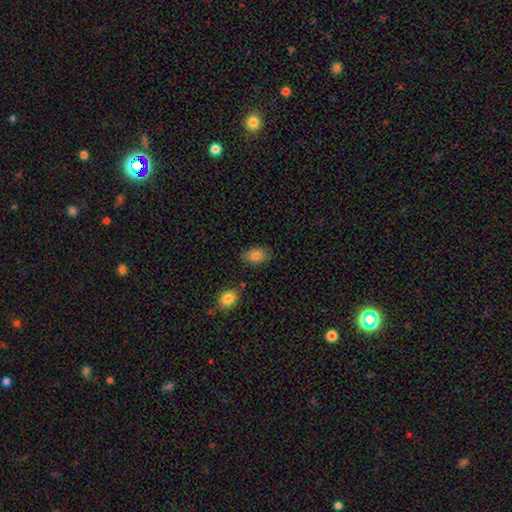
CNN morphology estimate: Smooth or featured? Predicted: smooth (p=0.84). How rounded? Predicted: in between (p=0.85). Merging? Predicted: none (p=0.77).